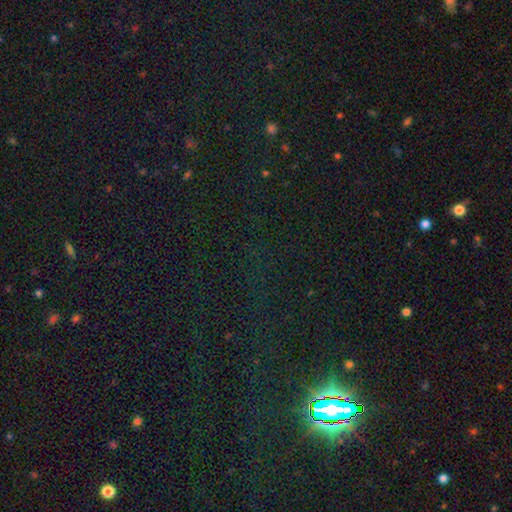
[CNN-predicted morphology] A star or artifact, not a galaxy (83%).

Vote fractions:
- Smooth or featured? star or artifact: 83% / smooth: 10% / featured or disk: 7%